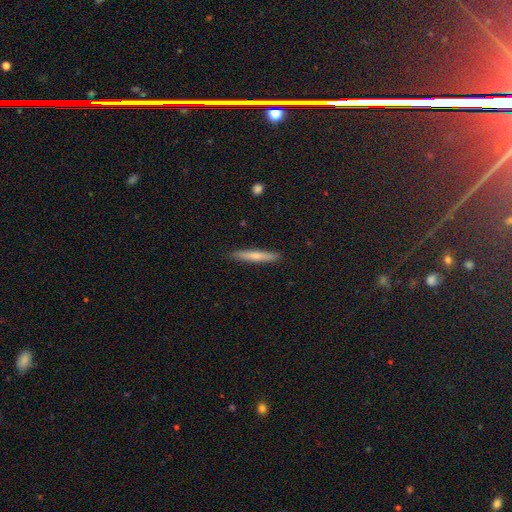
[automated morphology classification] smooth_or_featured: smooth (p=0.66) [alt: featured or disk p=0.28]
how_rounded: cigar-shaped (p=0.94) [alt: in between p=0.05]
merging: none (p=0.90) [alt: minor disturbance p=0.07]